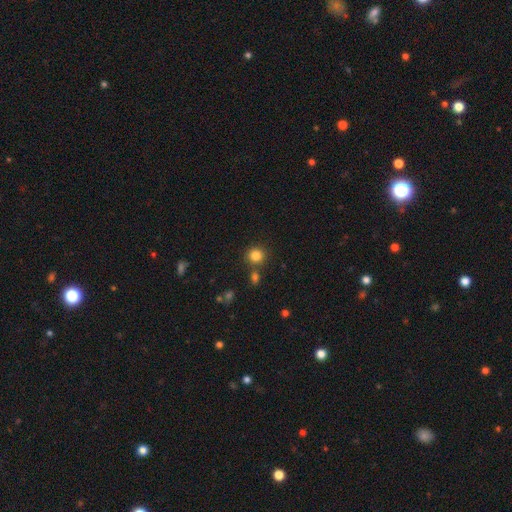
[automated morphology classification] Q: Smooth or featured?
A: smooth (83%); runner-up: star or artifact (12%)
Q: How rounded?
A: round (90%); runner-up: in between (9%)
Q: Merging?
A: none (78%); runner-up: merger (11%)